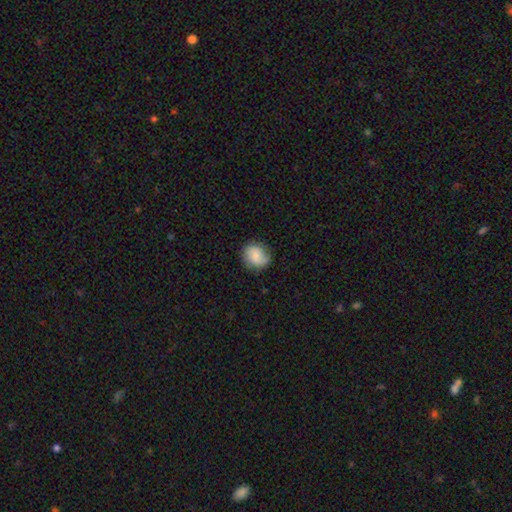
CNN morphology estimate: Smooth or featured? smooth (67%)
How rounded? round (73%)
Merging? none (74%)